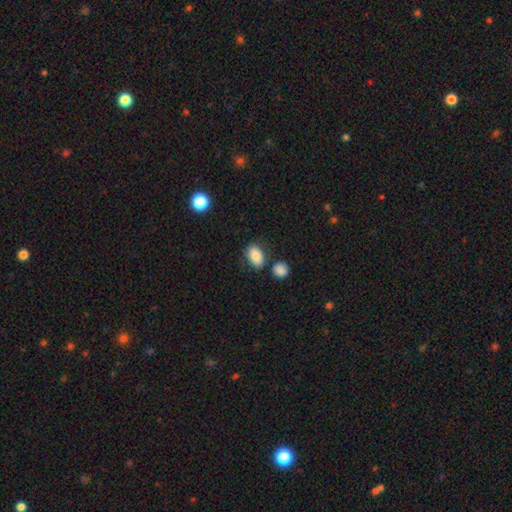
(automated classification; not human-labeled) This is clearly a smooth galaxy (83%). How rounded: clearly in between (87%). Merging: likely none (71%).